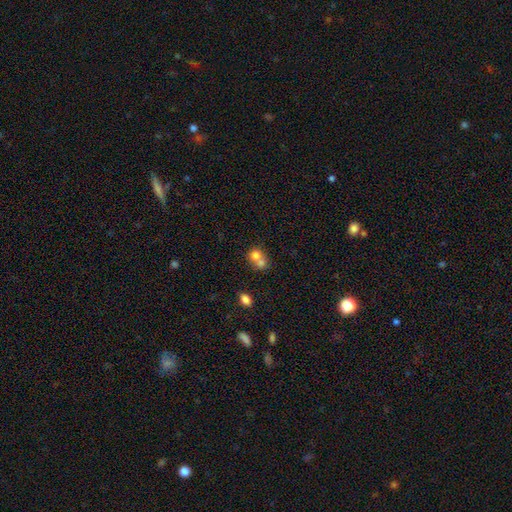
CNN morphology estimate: Smooth or featured: smooth — 74% (featured or disk — 16%)
How rounded: round — 75% (in between — 25%)
Merging: merger — 65% (none — 28%)